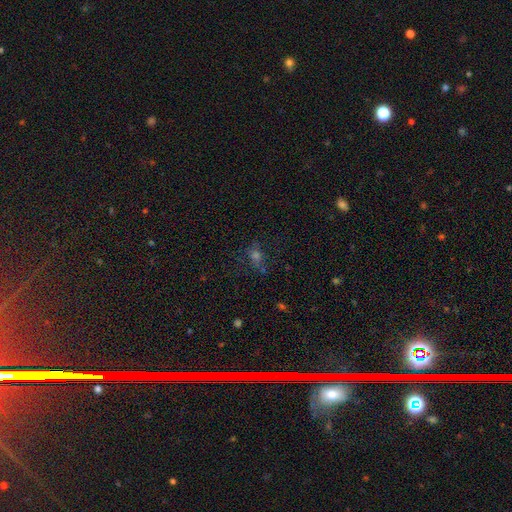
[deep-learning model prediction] Smooth or featured? star or artifact (42%)